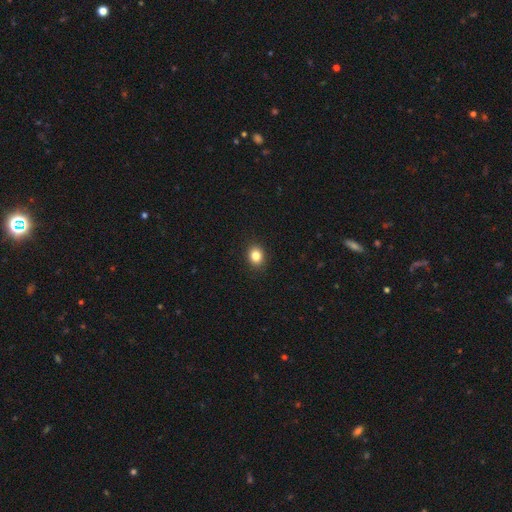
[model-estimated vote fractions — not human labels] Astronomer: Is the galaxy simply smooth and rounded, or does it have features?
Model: smooth — 84%.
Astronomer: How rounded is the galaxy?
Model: round — 56% (runner-up: in between, 43%).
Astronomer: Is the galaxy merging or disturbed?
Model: none — 91%.